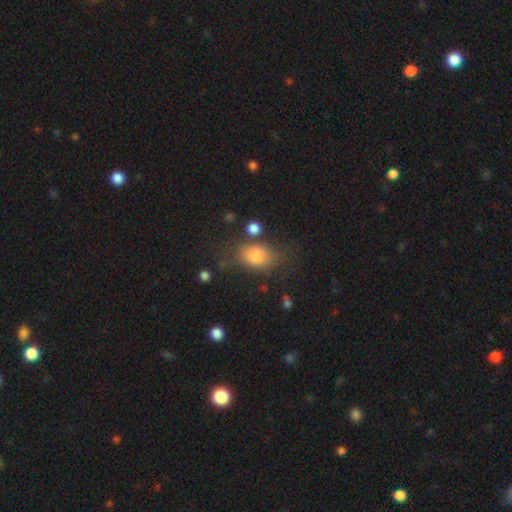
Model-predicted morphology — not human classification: smooth_or_featured: smooth (p=0.77) [alt: featured or disk p=0.12]
how_rounded: in between (p=0.75) [alt: round p=0.23]
merging: none (p=0.65) [alt: minor disturbance p=0.20]